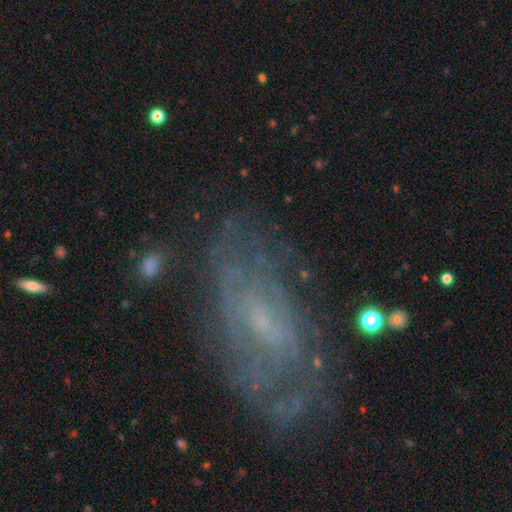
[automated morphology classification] Q: Smooth or featured?
A: featured or disk (72%); runner-up: smooth (17%)
Q: Edge-on disk?
A: no (93%); runner-up: yes (7%)
Q: Bar?
A: no (50%); runner-up: weak (41%)
Q: Spiral arms?
A: yes (72%); runner-up: no (28%)
Q: Bulge size?
A: small (70%); runner-up: none (14%)
Q: Merging?
A: none (69%); runner-up: minor disturbance (19%)